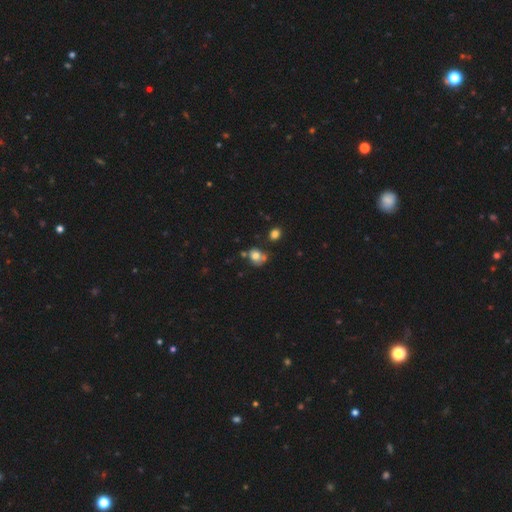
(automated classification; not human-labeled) Overall: smooth (73%). How rounded: round (64%; in between 34%). Merging: none (48%; merger 24%).